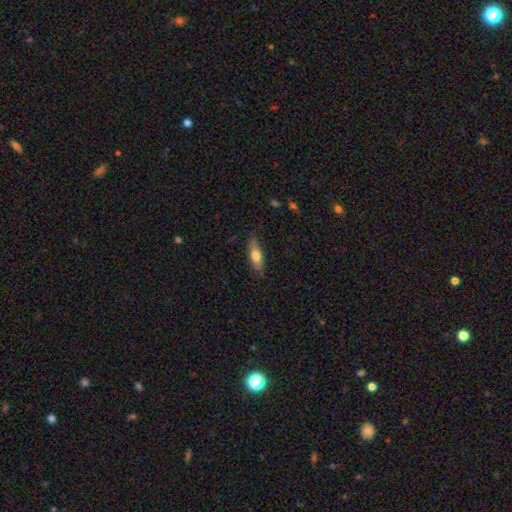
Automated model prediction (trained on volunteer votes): Smooth or featured? smooth (69%)
How rounded? in between (58%)
Merging? none (79%)